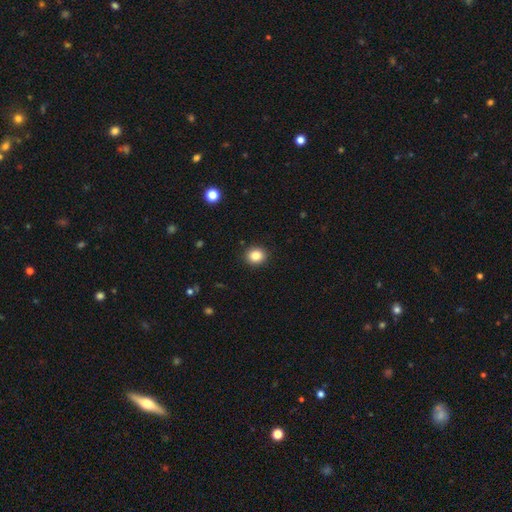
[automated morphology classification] This appears to be a smooth galaxy with no disk features (85%) that is round (77%). Merging: none (91%).